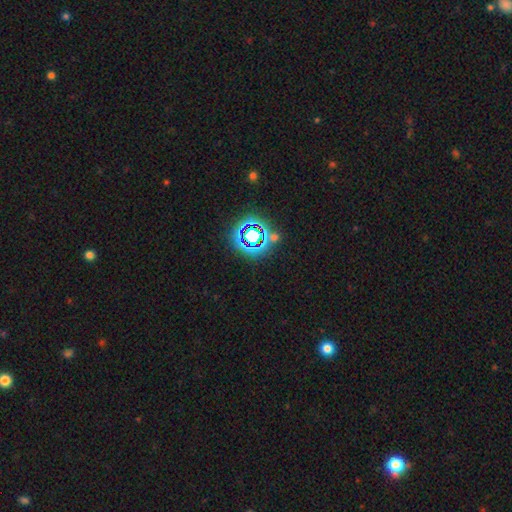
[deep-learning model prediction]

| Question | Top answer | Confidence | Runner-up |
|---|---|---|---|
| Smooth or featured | star or artifact | 60% | smooth (29%) |